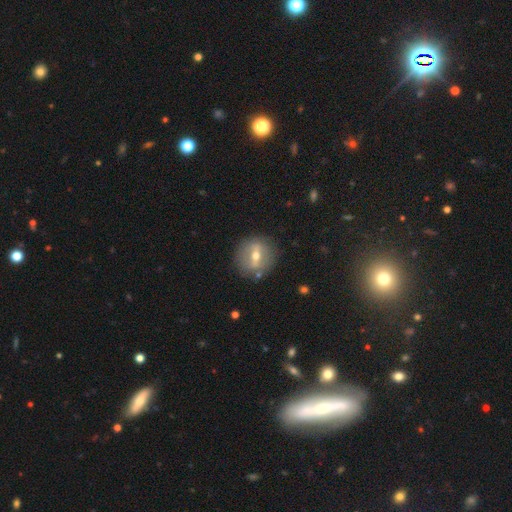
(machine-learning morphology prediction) A featured or disk galaxy (60%). Merging: none (84%).